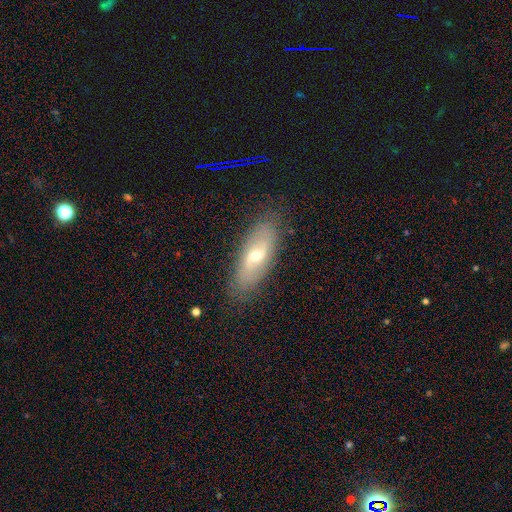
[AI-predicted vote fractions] Smooth or featured?
  - featured or disk: 56% *
  - smooth: 36%
  - star or artifact: 8%
Edge-on disk?
  - no: 79% *
  - yes: 21%
Merging?
  - none: 84% *
  - minor disturbance: 12%
  - major disturbance: 3%
  - merger: 1%